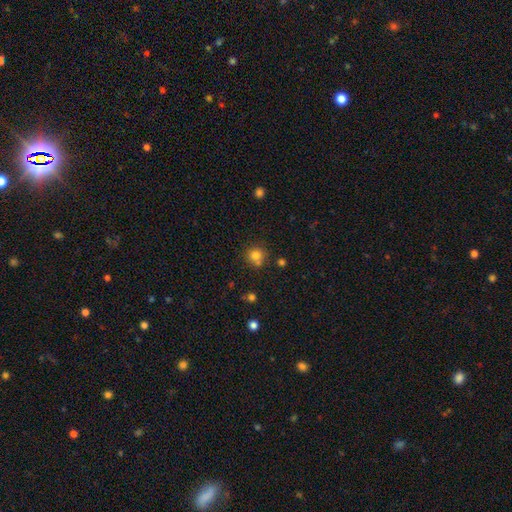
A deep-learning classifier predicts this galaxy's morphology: A smooth galaxy with no disk features (78%) that is round (89%).

Vote fractions:
- Smooth or featured? smooth: 78% / star or artifact: 14% / featured or disk: 8%
- How rounded? round: 89% / in between: 10% / cigar-shaped: 1%
- Merging? none: 66% / merger: 21% / minor disturbance: 10% / major disturbance: 3%